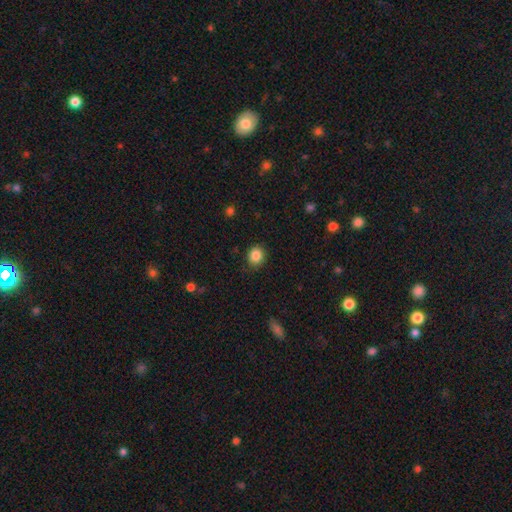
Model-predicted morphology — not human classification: smooth_or_featured: smooth (p=0.86) [alt: star or artifact p=0.10]
how_rounded: round (p=0.74) [alt: in between p=0.25]
merging: none (p=0.86) [alt: minor disturbance p=0.10]